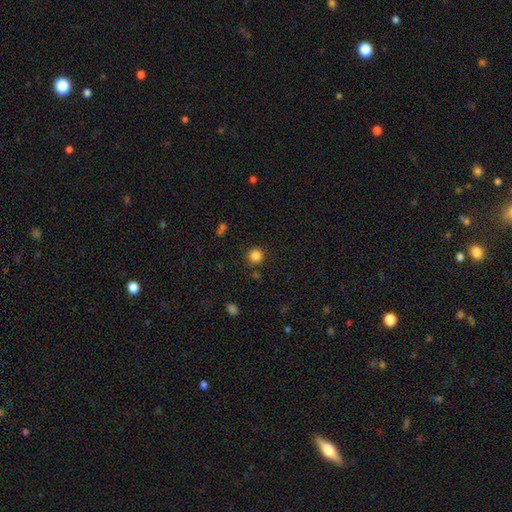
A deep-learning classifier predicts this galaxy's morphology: Smooth or featured: smooth — 84% (star or artifact — 12%)
How rounded: round — 93% (in between — 6%)
Merging: none — 87% (minor disturbance — 8%)